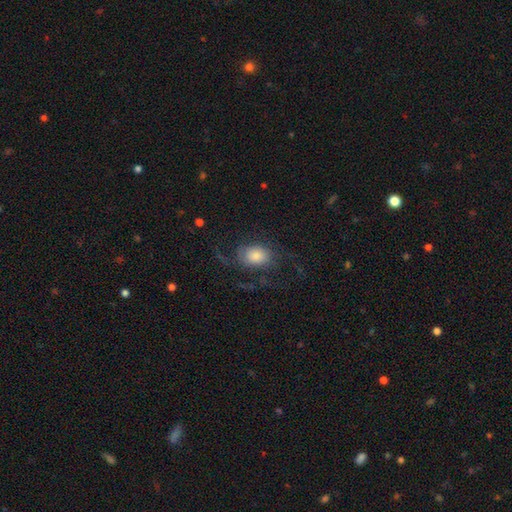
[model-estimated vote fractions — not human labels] Morphology: type=featured or disk (50%); edge-on=no (95%); merging=none (57%).